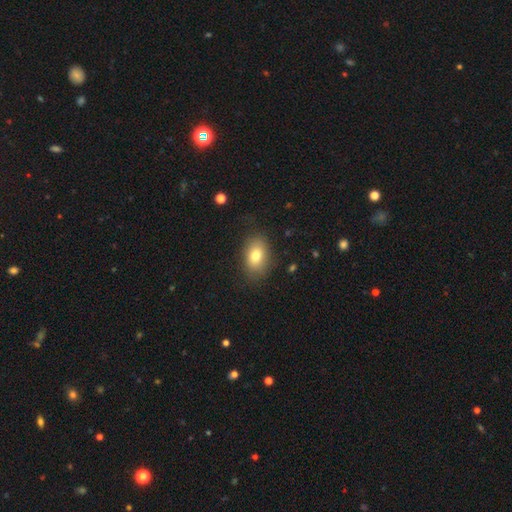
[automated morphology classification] This is likely a smooth galaxy (77%). How rounded: likely in between (79%). Merging: clearly none (80%).